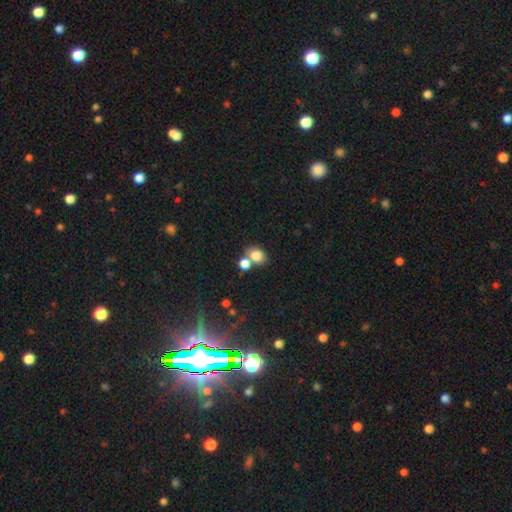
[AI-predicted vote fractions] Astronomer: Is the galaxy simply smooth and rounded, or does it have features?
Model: smooth — 81%.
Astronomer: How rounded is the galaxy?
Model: round — 50% (runner-up: in between, 49%).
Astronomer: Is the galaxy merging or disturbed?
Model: none — 52% (runner-up: merger, 34%).